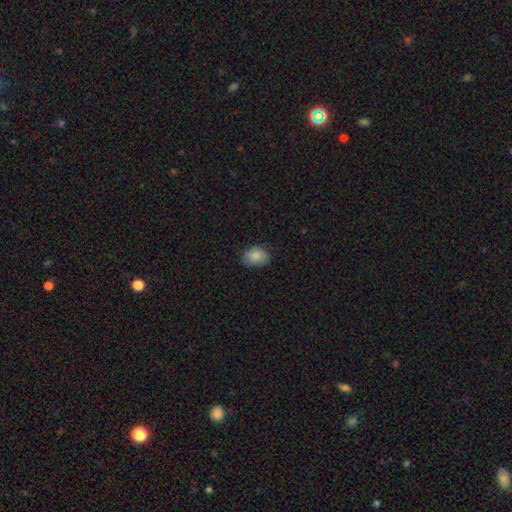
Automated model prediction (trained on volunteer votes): smooth_or_featured: smooth (p=0.87) [alt: star or artifact p=0.08]
how_rounded: in between (p=0.71) [alt: round p=0.28]
merging: none (p=0.80) [alt: minor disturbance p=0.15]